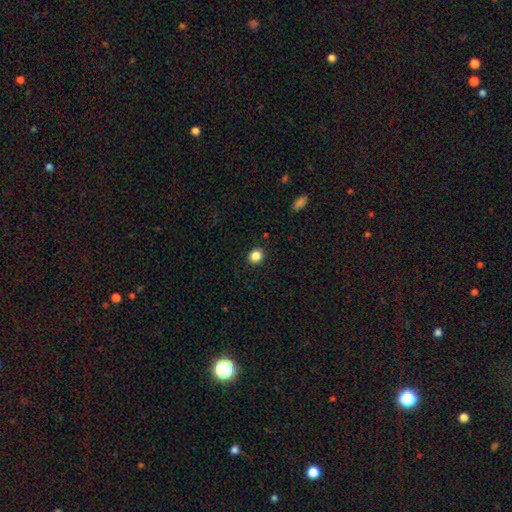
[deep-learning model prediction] A smooth galaxy with no disk features (85%) that is round (71%).

Vote fractions:
- Smooth or featured? smooth: 85% / star or artifact: 11% / featured or disk: 4%
- How rounded? round: 71% / in between: 28% / cigar-shaped: 1%
- Merging? none: 91% / minor disturbance: 6% / major disturbance: 2% / merger: 1%